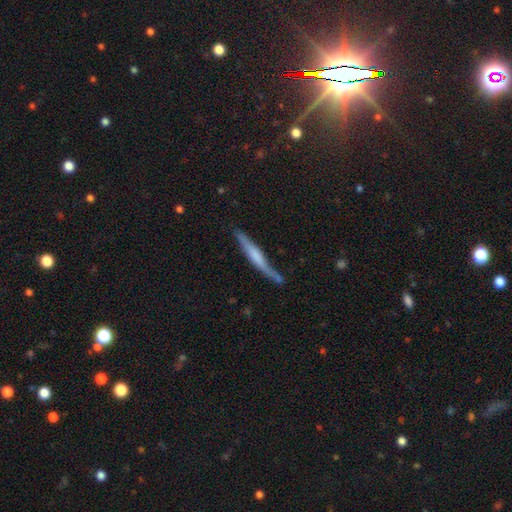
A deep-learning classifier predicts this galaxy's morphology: Smooth or featured? featured or disk (55%)
Edge-on disk? yes (92%)
Edge-on bulge? none (37%)
Merging? none (69%)